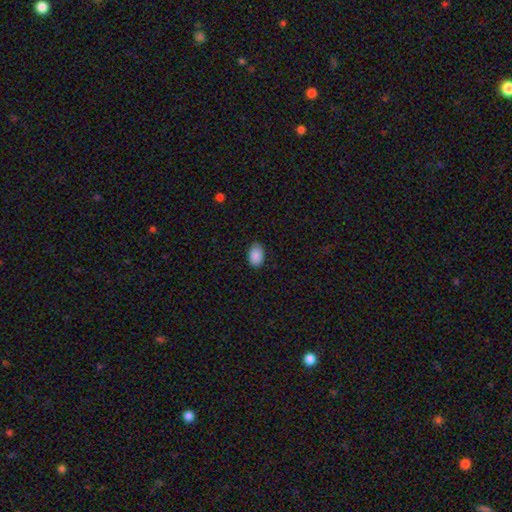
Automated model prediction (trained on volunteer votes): A smooth galaxy with no disk features (90%) that is in between round and cigar-shaped (88%). Merging: none (84%).